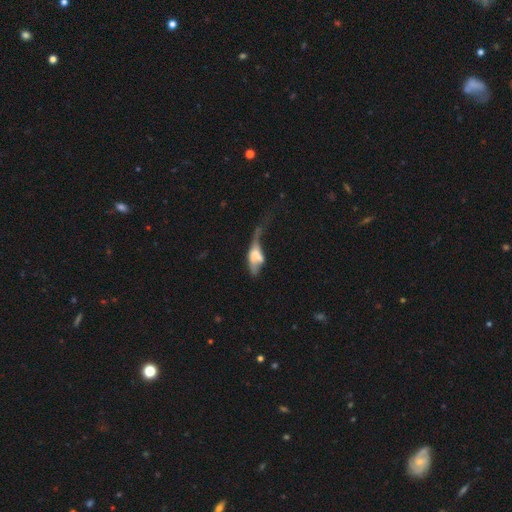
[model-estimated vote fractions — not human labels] This appears to be a smooth galaxy with no disk features (46%). Merging: major disturbance (51%).